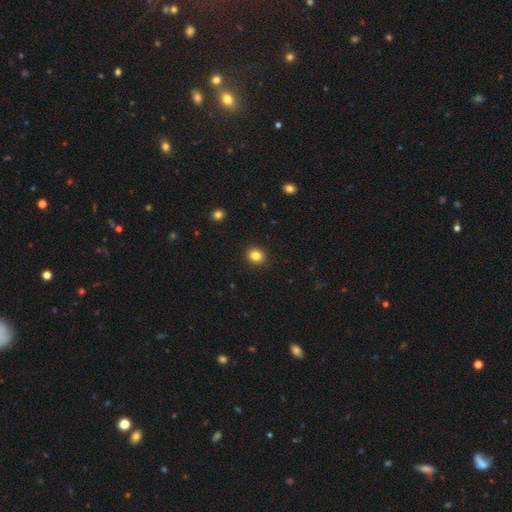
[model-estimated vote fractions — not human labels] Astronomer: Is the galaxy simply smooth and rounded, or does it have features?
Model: smooth — 83%.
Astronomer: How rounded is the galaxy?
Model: round — 80%.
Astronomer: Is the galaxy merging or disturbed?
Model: none — 92%.